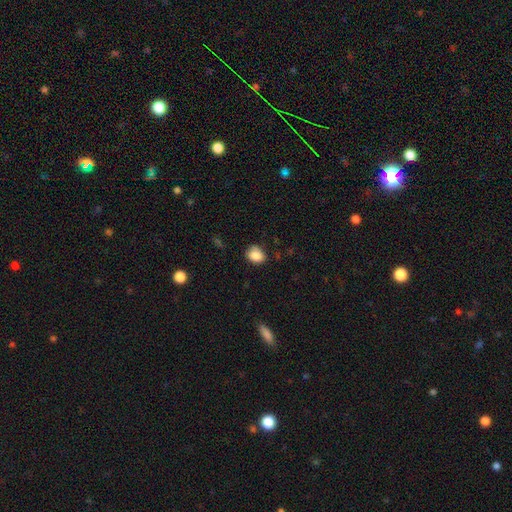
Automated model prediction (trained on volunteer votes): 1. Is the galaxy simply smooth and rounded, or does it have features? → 85% smooth, 9% star or artifact, 6% featured or disk.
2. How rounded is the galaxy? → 54% round, 45% in between, 1% cigar-shaped.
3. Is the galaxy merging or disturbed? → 71% none, 23% minor disturbance, 4% major disturbance, 2% merger.